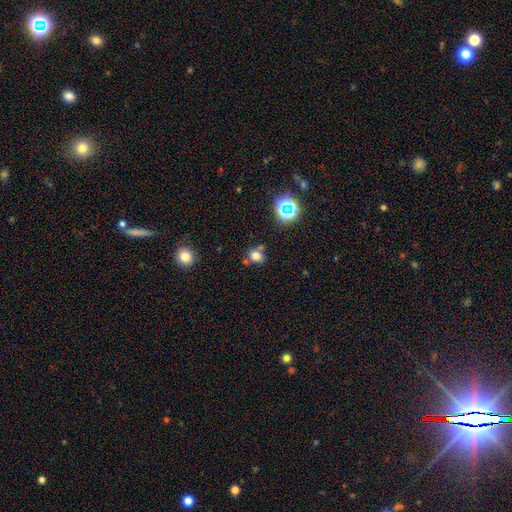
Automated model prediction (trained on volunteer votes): smooth 72%, star or artifact 19%, featured or disk 9%. Down the decision tree: how rounded — round (73%); merging — none (64%).